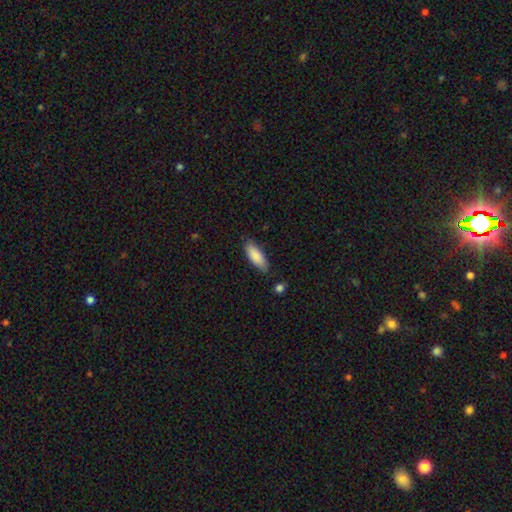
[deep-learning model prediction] The model was most divided on "how rounded": in between: 69%, cigar-shaped: 29%, round: 2%. More confident: smooth or featured — smooth (86%); merging — none (80%).